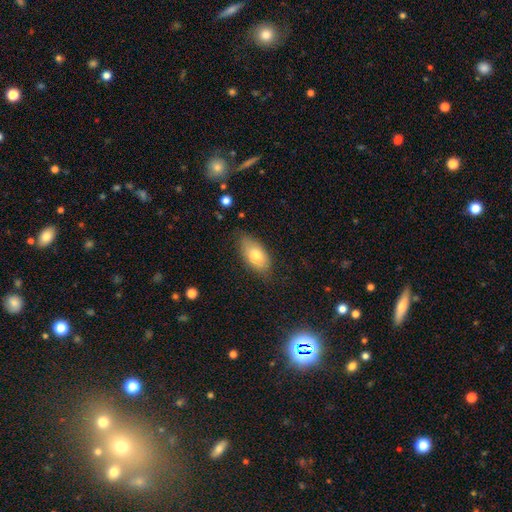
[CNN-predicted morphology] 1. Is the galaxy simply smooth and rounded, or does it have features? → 76% smooth, 17% featured or disk, 7% star or artifact.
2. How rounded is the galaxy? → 92% in between, 5% cigar-shaped, 4% round.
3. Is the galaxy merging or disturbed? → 76% none, 19% minor disturbance, 4% major disturbance, 1% merger.